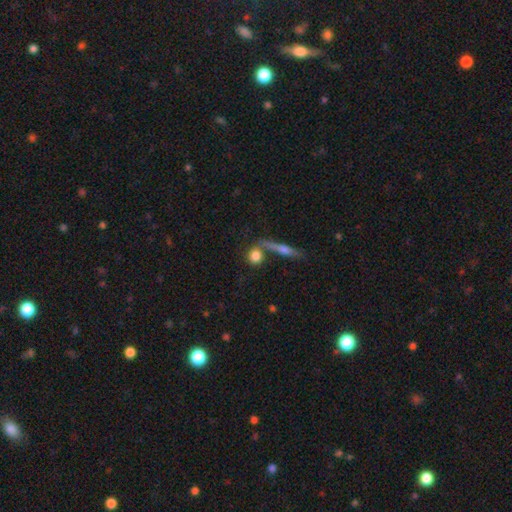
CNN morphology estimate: This is likely a smooth galaxy (77%). How rounded: likely round (75%). Merging: likely none (62%).